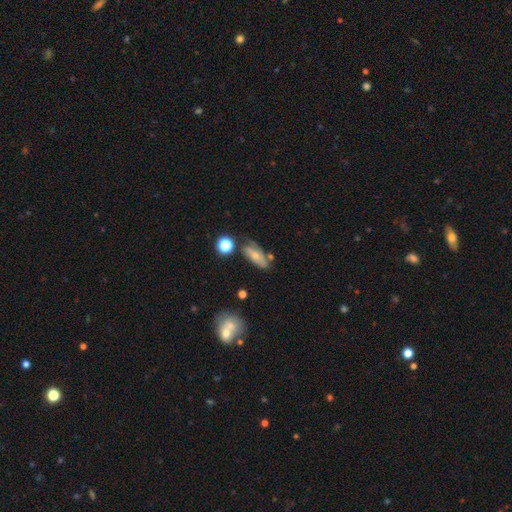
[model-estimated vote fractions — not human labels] A smooth galaxy with no disk features (50%).

Vote fractions:
- Smooth or featured? smooth: 50% / featured or disk: 41% / star or artifact: 9%
- Merging? none: 51% / minor disturbance: 28% / major disturbance: 12% / merger: 10%